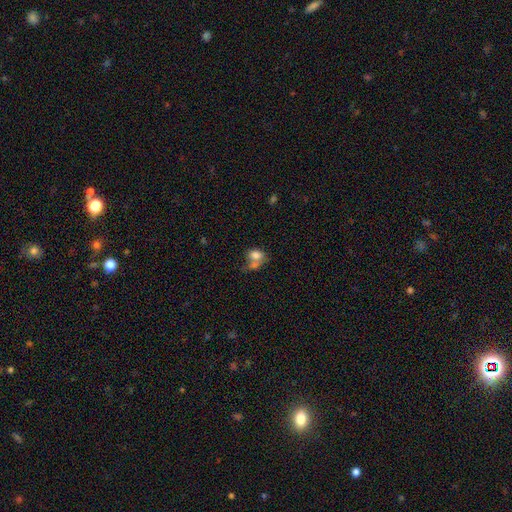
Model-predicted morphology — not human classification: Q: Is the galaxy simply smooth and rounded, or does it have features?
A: smooth — 77%.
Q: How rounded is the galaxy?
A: in between — 71%.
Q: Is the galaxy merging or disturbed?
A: merger — 48%.